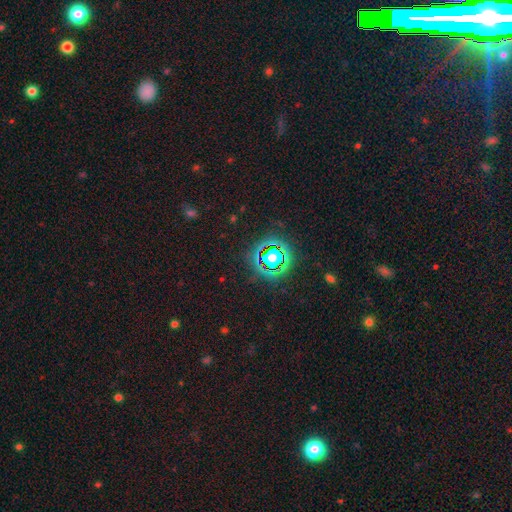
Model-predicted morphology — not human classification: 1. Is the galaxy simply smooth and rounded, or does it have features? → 81% star or artifact, 12% smooth, 7% featured or disk.